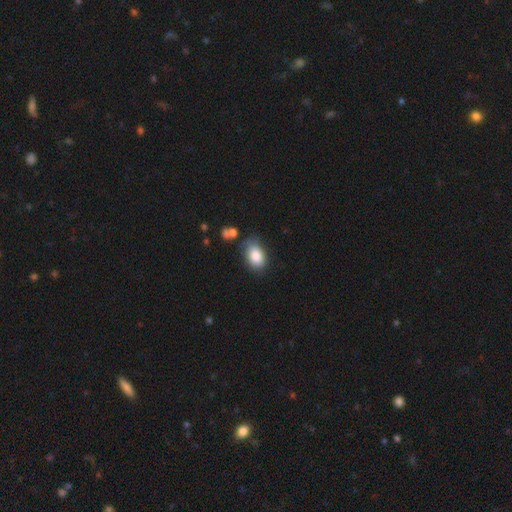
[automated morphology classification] Smooth or featured? Predicted: smooth (p=0.84). How rounded? Predicted: in between (p=0.84). Merging? Predicted: none (p=0.64).